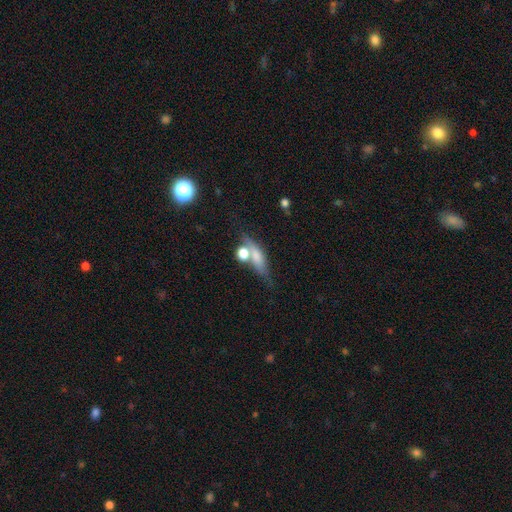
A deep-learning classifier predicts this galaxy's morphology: Smooth or featured? smooth (57%)
How rounded? in between (42%, tied with cigar-shaped)
Merging? none (49%)